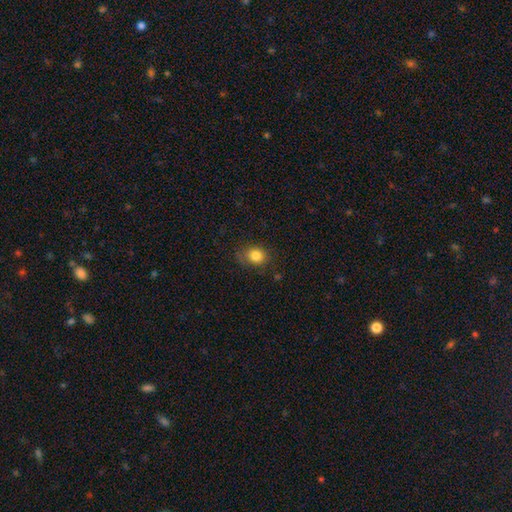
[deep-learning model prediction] Overall: smooth (83%). How rounded: round (60%; in between 39%). Merging: none (75%).